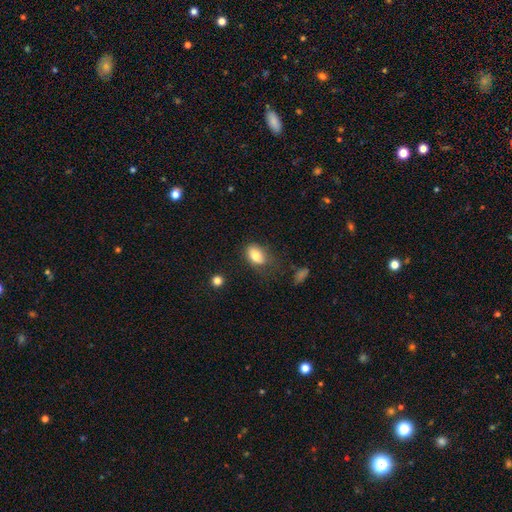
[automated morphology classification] Overall: smooth (79%). How rounded: in between (85%). Merging: none (56%; minor disturbance 27%).